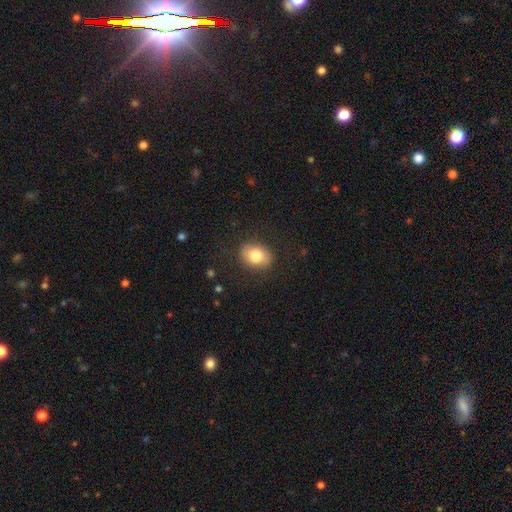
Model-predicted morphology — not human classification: This appears to be a smooth galaxy with no disk features (80%) that is in between round and cigar-shaped (67%). Merging: none (84%).